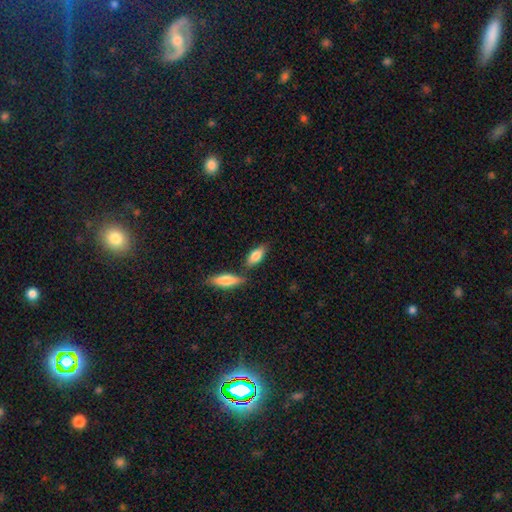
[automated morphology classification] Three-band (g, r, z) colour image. It shows a smooth galaxy with no disk features (80%) that is in between round and cigar-shaped (78%). Merging: none (64%).